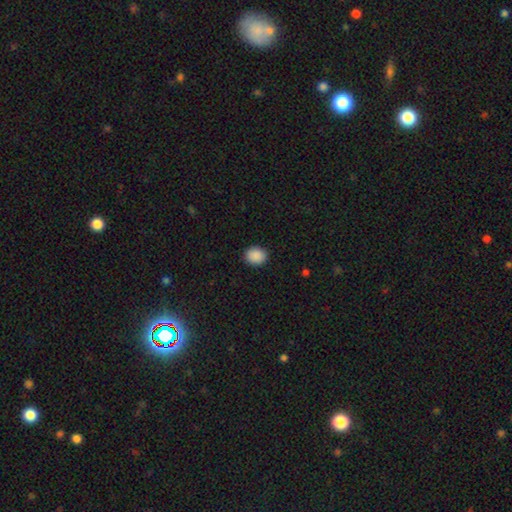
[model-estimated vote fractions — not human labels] smooth_or_featured: smooth (p=0.90) [alt: star or artifact p=0.08]
how_rounded: round (p=0.57) [alt: in between p=0.42]
merging: none (p=0.90) [alt: minor disturbance p=0.07]